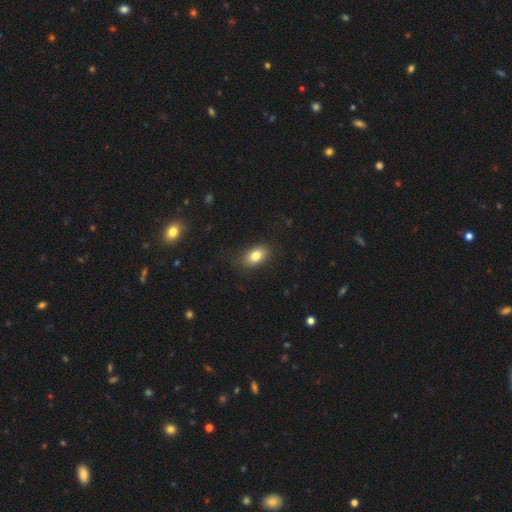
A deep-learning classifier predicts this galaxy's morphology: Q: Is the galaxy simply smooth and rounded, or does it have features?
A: smooth — 81%.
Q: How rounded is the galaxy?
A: in between — 85%.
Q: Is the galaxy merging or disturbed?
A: none — 84%.